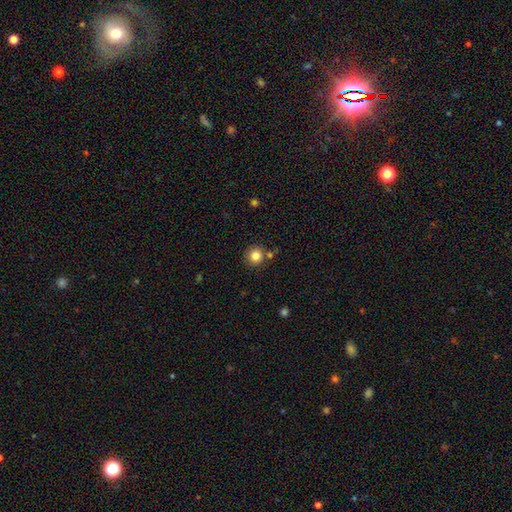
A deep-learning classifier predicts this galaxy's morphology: Smooth or featured? smooth (83%)
How rounded? round (93%)
Merging? none (82%)